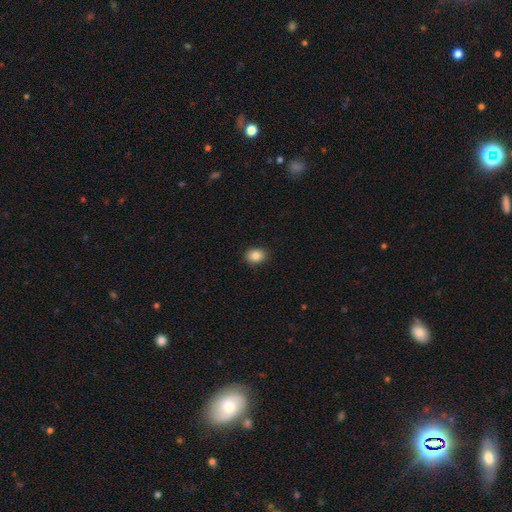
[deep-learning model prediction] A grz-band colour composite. It shows a smooth galaxy with no disk features (85%) that is in between round and cigar-shaped (62%). Merging: none (90%).